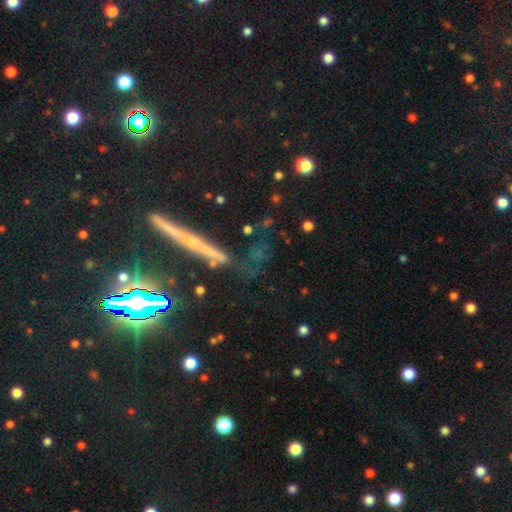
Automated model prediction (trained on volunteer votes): Smooth or featured? featured or disk (49%)
Merging? none (72%)